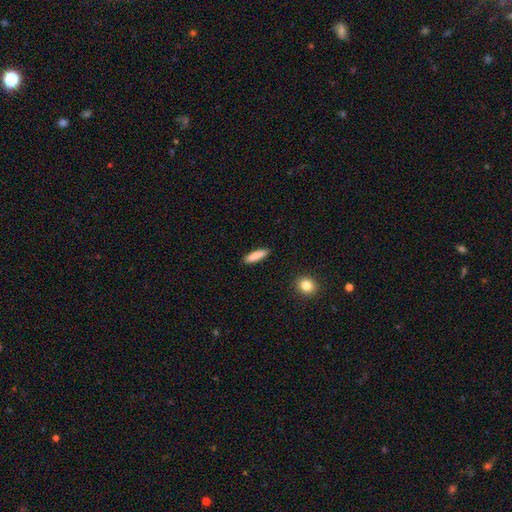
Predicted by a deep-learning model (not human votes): Smooth or featured? smooth (85%)
How rounded? cigar-shaped (68%)
Merging? none (89%)